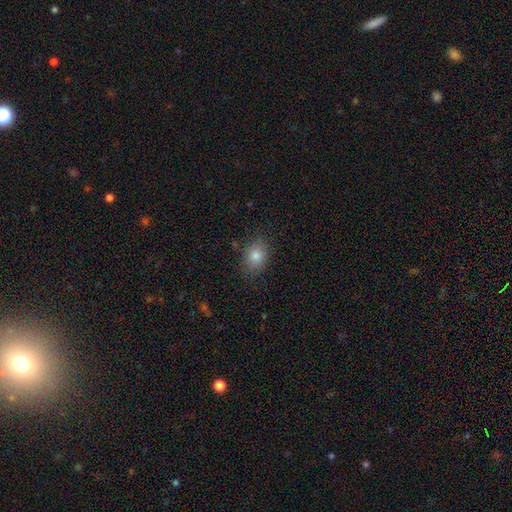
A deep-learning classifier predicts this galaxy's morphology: This is clearly a smooth galaxy (82%). How rounded: likely in between (68%). Merging: clearly none (83%).